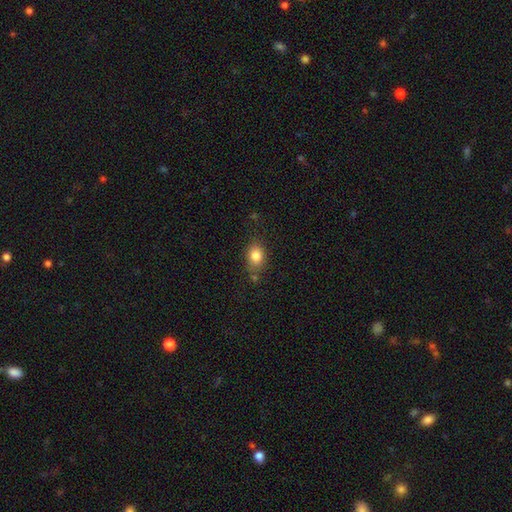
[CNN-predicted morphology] type=smooth (83%); roundness=in between (60%); merging=none (69%).